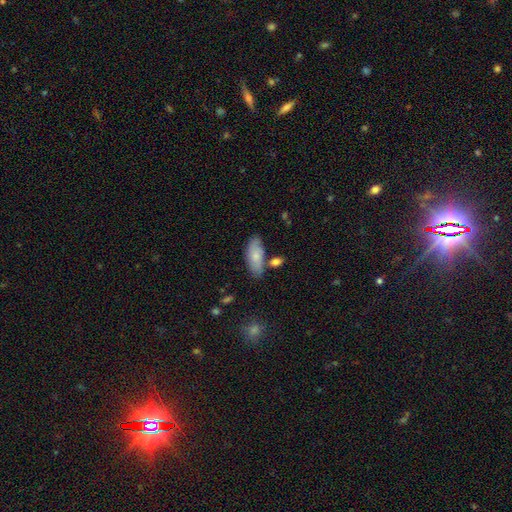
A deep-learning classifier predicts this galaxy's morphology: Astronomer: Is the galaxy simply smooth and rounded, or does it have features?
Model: smooth — 76%.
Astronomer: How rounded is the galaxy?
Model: in between — 84%.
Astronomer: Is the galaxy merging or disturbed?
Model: none — 68%.